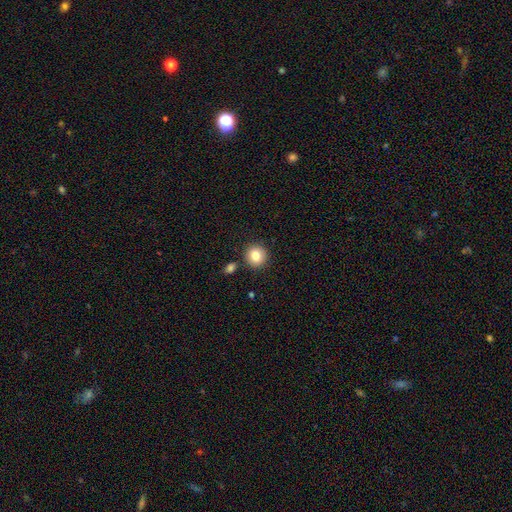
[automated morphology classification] smooth_or_featured: smooth (p=0.83) [alt: star or artifact p=0.10]
how_rounded: round (p=0.92) [alt: in between p=0.07]
merging: none (p=0.87) [alt: minor disturbance p=0.07]